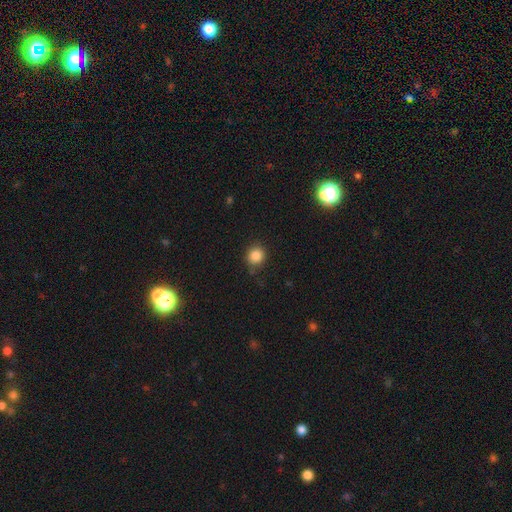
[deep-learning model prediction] Morphology: type=smooth (85%); roundness=round (87%); merging=none (82%).